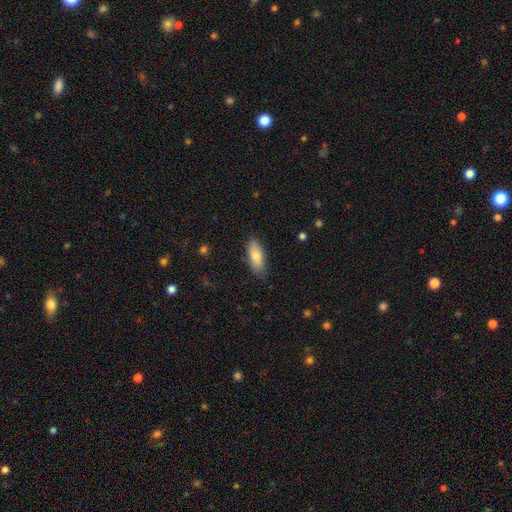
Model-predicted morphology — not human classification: Smooth or featured: smooth — 79% (featured or disk — 15%)
How rounded: in between — 75% (cigar-shaped — 23%)
Merging: none — 81% (minor disturbance — 15%)